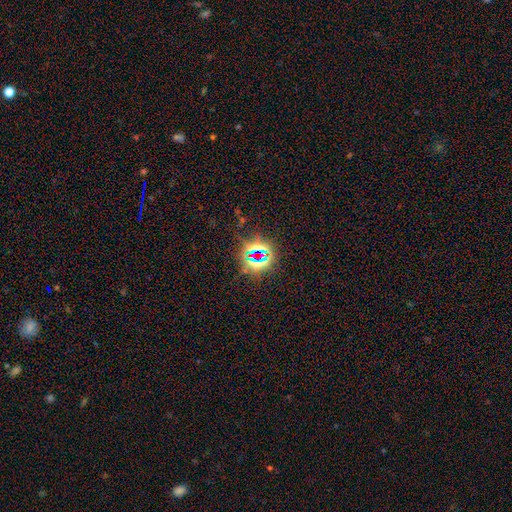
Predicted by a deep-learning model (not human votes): Smooth or featured? Predicted: star or artifact (p=0.77).